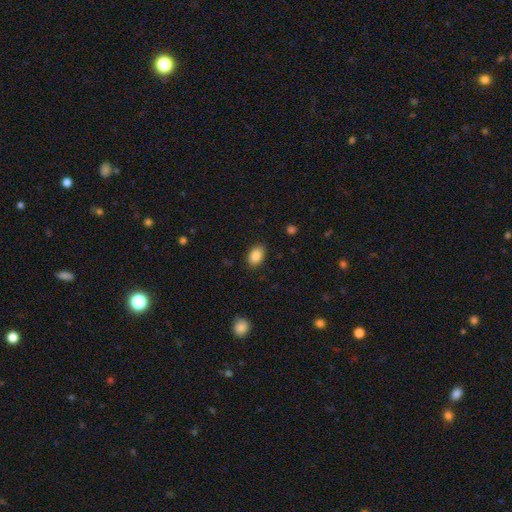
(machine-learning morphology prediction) smooth-or-featured: smooth: 88% | star or artifact: 8% | featured or disk: 4%
  how-rounded: in between: 85% | round: 14% | cigar-shaped: 1%
  merging: none: 87% | minor disturbance: 10% | major disturbance: 2% | merger: 1%